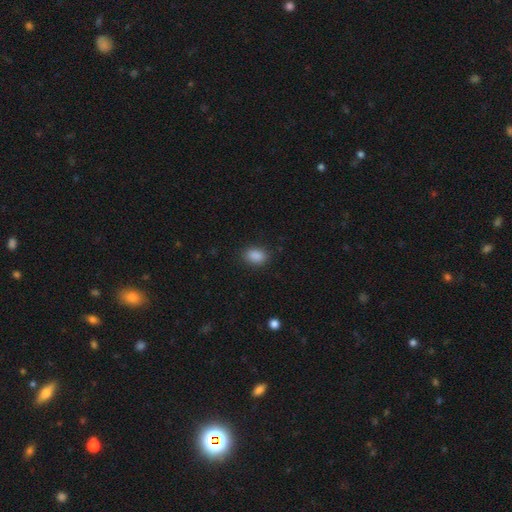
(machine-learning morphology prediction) The model was most divided on "how rounded": in between: 82%, round: 16%, cigar-shaped: 2%. More confident: smooth or featured — smooth (88%); merging — none (86%).